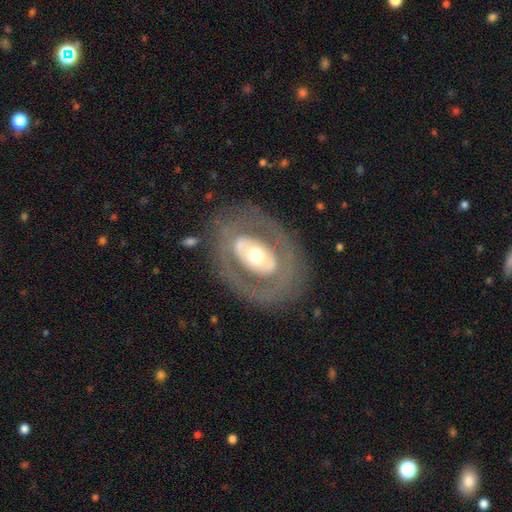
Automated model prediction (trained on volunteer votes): smooth_or_featured: featured or disk (p=0.64) [alt: smooth p=0.30]
disk_edge_on: no (p=0.92) [alt: yes p=0.08]
bar: no (p=0.73) [alt: weak p=0.16]
has_spiral_arms: no (p=0.82) [alt: yes p=0.18]
bulge_size: moderate (p=0.63) [alt: large p=0.19]
merging: none (p=0.78) [alt: minor disturbance p=0.12]